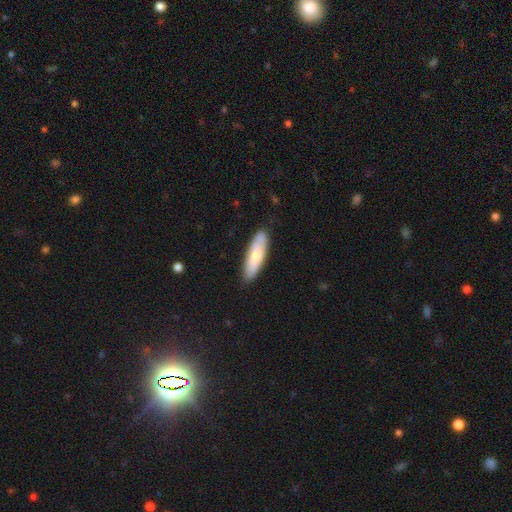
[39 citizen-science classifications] Smooth or featured? 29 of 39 (74%) said smooth. How rounded? 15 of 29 (52%) said in between. Merging? 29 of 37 (78%) said none.